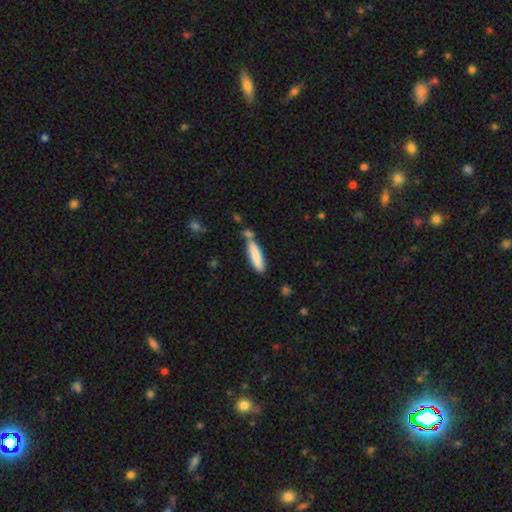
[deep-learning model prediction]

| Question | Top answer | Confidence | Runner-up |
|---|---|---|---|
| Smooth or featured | smooth | 83% | featured or disk (11%) |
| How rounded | cigar-shaped | 74% | in between (25%) |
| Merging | none | 59% | merger (18%) |